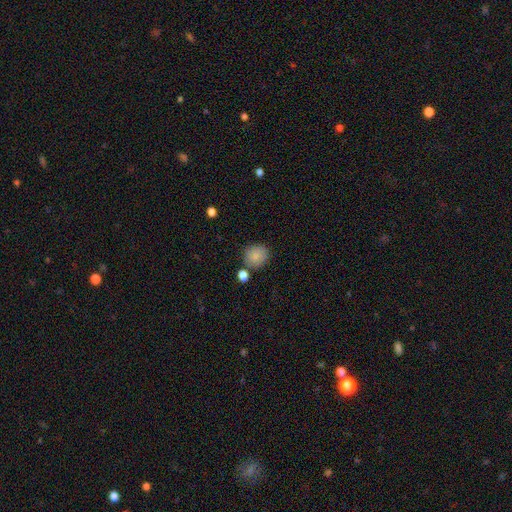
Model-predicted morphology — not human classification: smooth 85%, star or artifact 9%, featured or disk 6%. Down the decision tree: how rounded — round (79%); merging — none (76%).